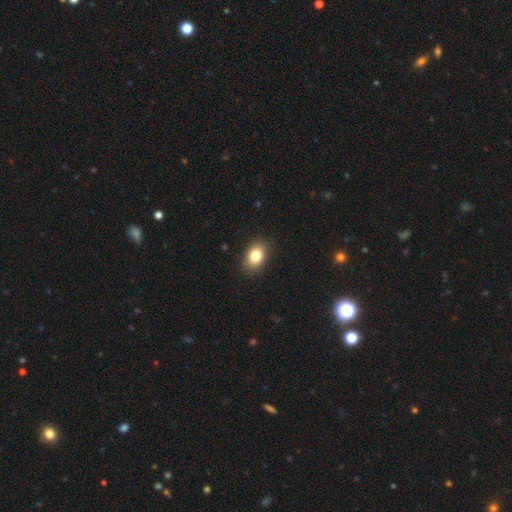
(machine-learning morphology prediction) Overall: smooth (82%). How rounded: in between (80%). Merging: none (86%).